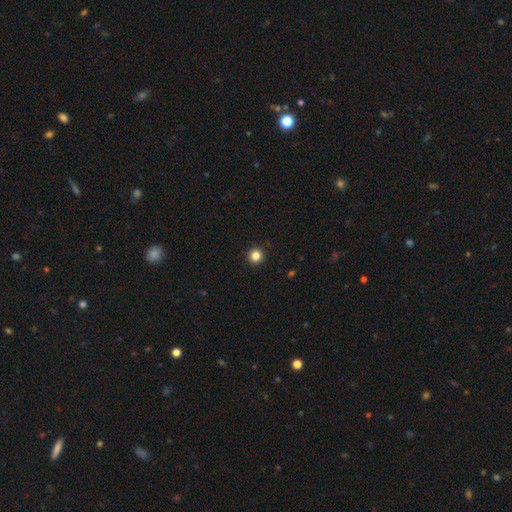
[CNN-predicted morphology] Smooth or featured? smooth (85%)
How rounded? round (96%)
Merging? none (94%)